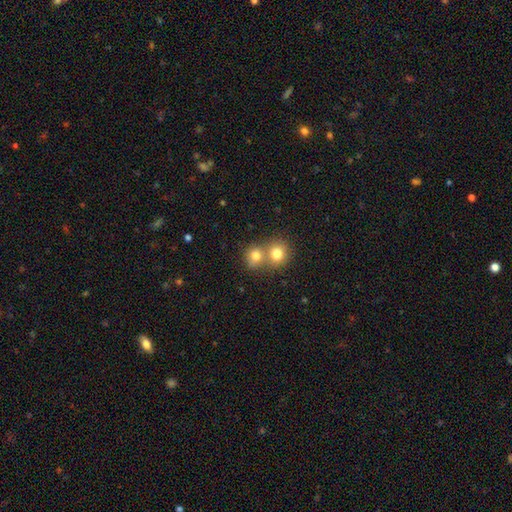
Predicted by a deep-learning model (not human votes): Smooth or featured: smooth — 79% (star or artifact — 11%)
How rounded: round — 78% (in between — 21%)
Merging: merger — 53% (none — 38%)